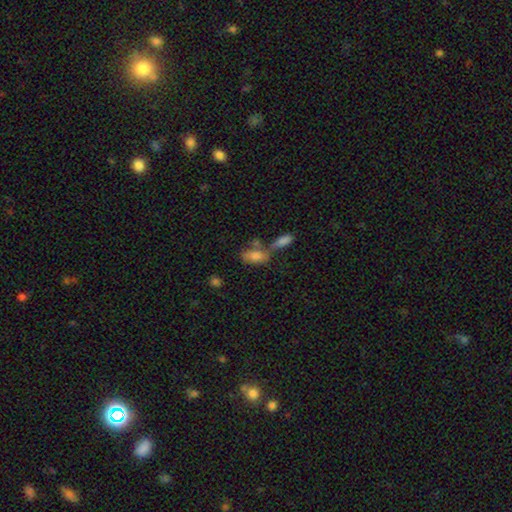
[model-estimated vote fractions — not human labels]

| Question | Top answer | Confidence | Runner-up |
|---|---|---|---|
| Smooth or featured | smooth | 75% | featured or disk (15%) |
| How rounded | in between | 84% | cigar-shaped (12%) |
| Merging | none | 40% | merger (39%) |